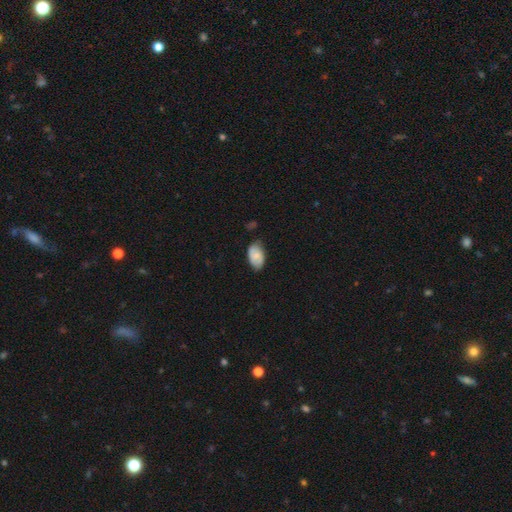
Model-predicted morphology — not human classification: type=smooth (70%); roundness=in between (92%); merging=none (65%).